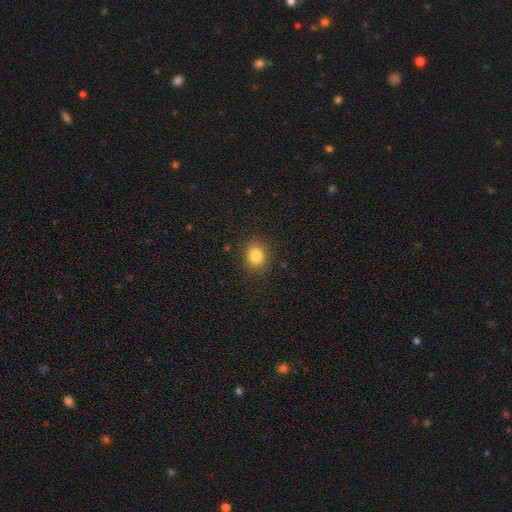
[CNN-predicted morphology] Smooth or featured?
  - smooth: 82% *
  - star or artifact: 12%
  - featured or disk: 7%
How rounded?
  - round: 65% *
  - in between: 34%
  - cigar-shaped: 1%
Merging?
  - none: 89% *
  - minor disturbance: 8%
  - major disturbance: 2%
  - merger: 1%